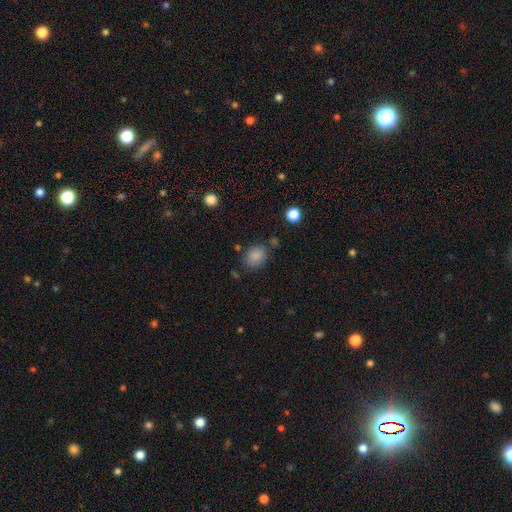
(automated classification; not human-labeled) A smooth galaxy with no disk features (85%) that is round (50%, tied with in between).

Vote fractions:
- Smooth or featured? smooth: 85% / star or artifact: 10% / featured or disk: 4%
- How rounded? round: 50% (tied) / in between: 50% (tied) / cigar-shaped: 1%
- Merging? none: 76% / minor disturbance: 14% / merger: 5% / major disturbance: 5%